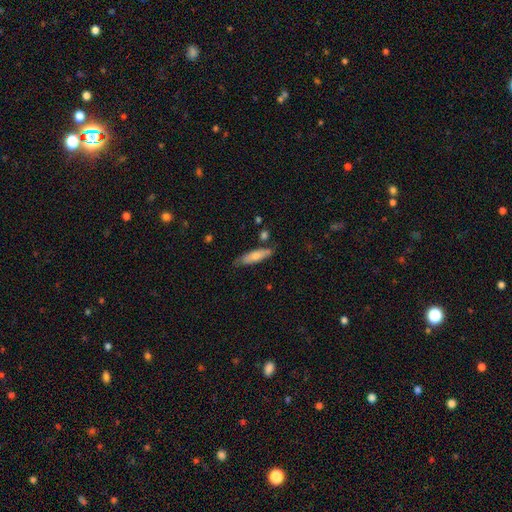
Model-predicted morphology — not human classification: A smooth galaxy with no disk features (69%) that is cigar-shaped (64%).

Vote fractions:
- Smooth or featured? smooth: 69% / featured or disk: 25% / star or artifact: 6%
- How rounded? cigar-shaped: 64% / in between: 35% / round: 2%
- Merging? none: 67% / minor disturbance: 22% / merger: 6% / major disturbance: 5%